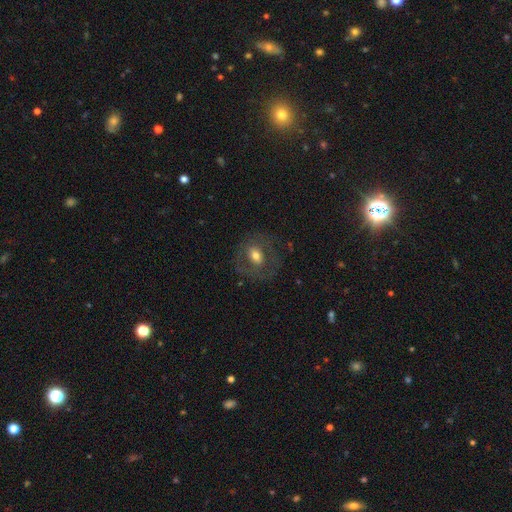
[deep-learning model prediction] smooth-or-featured: smooth: 49% | featured or disk: 42% | star or artifact: 9%
  merging: none: 72% | minor disturbance: 15% | major disturbance: 12% | merger: 1%